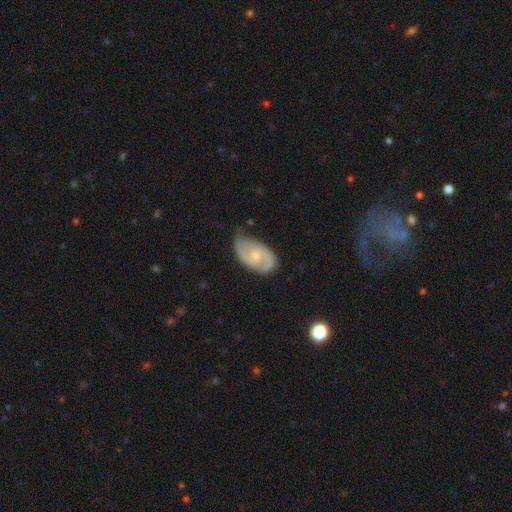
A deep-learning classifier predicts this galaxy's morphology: This appears to be a featured or disk galaxy (78%) with no bar (53%), 2 (84%) medium (50%) spiral arms (94%) and a small central bulge (49%). Merging: none (65%).